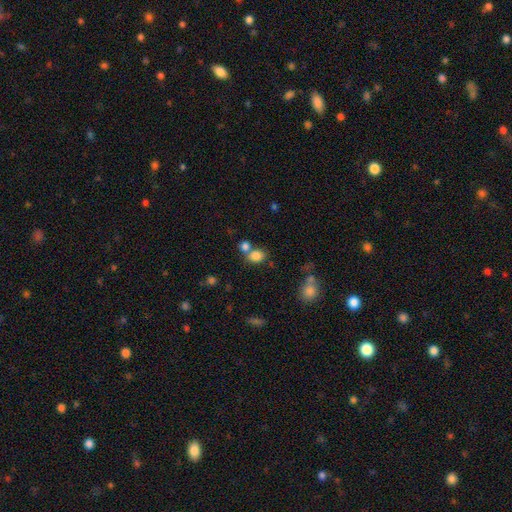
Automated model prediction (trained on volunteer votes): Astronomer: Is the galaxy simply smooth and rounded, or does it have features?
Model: smooth — 82%.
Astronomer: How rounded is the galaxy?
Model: in between — 52% (runner-up: round, 47%).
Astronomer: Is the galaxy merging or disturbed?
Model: none — 50% (runner-up: merger, 36%).